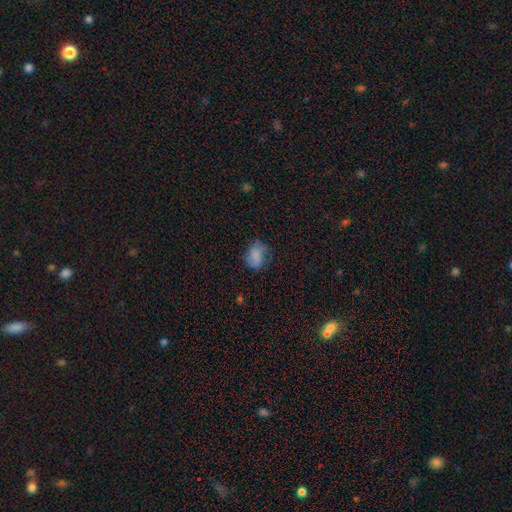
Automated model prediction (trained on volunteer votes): Smooth or featured? smooth (73%)
How rounded? in between (60%)
Merging? none (56%)